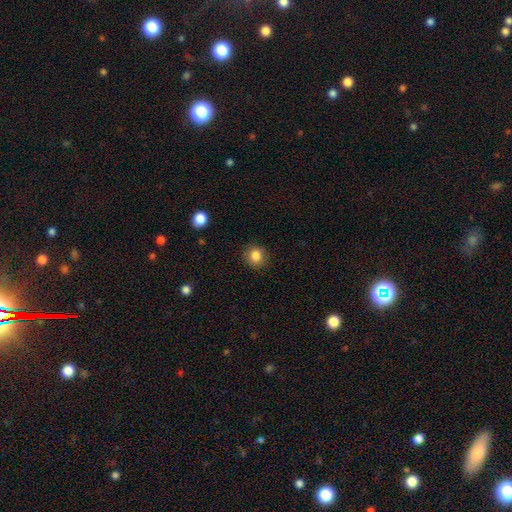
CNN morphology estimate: Overall: smooth (85%). How rounded: round (87%). Merging: none (88%).